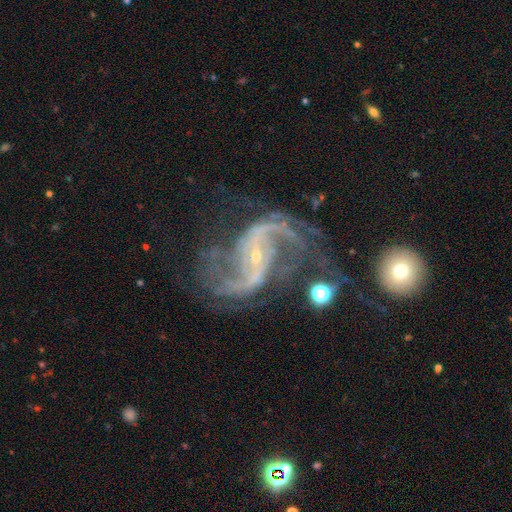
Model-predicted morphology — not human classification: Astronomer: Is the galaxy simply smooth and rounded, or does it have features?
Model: featured or disk — 92%.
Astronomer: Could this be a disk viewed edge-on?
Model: no — 98%.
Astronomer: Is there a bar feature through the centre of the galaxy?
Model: strong — 37% (runner-up: weak, 34%).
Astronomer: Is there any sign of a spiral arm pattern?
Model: yes — 98%.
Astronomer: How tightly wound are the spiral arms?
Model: loose — 57% (runner-up: medium, 35%).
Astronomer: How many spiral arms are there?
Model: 2 — 89%.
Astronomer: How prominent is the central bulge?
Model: small — 84%.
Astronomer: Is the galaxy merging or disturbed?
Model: none — 54%.